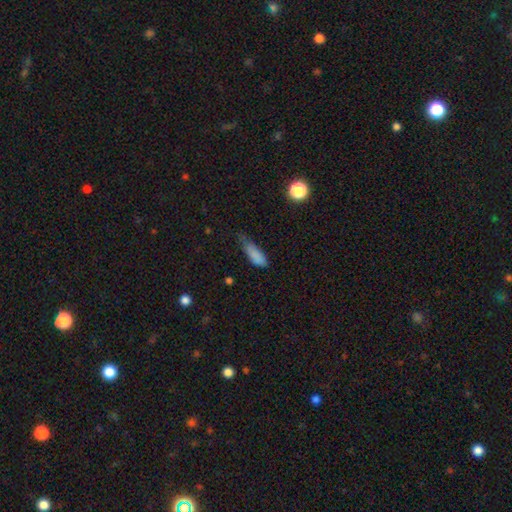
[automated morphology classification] Smooth or featured? Predicted: smooth (p=0.83). How rounded? Predicted: in between (p=0.69). Merging? Predicted: minor disturbance (p=0.48).